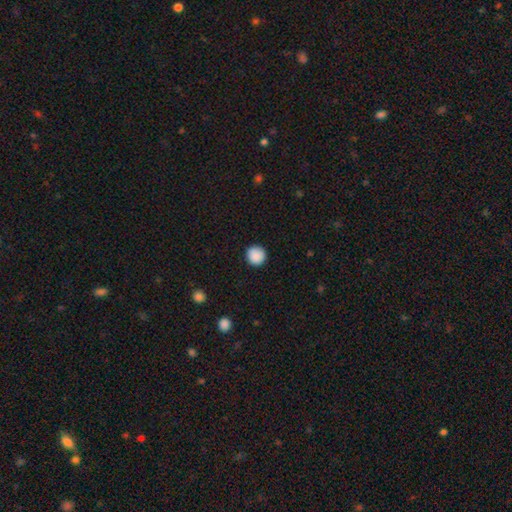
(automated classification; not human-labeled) The model was most divided on "smooth or featured": smooth: 89%, star or artifact: 8%, featured or disk: 2%. More confident: how rounded — round (96%); merging — none (91%).